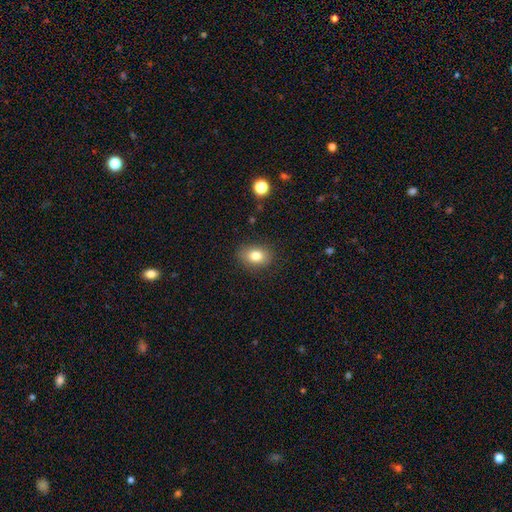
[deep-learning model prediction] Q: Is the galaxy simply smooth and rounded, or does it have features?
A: smooth — 80%.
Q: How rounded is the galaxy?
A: in between — 73%.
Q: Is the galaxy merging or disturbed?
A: none — 86%.